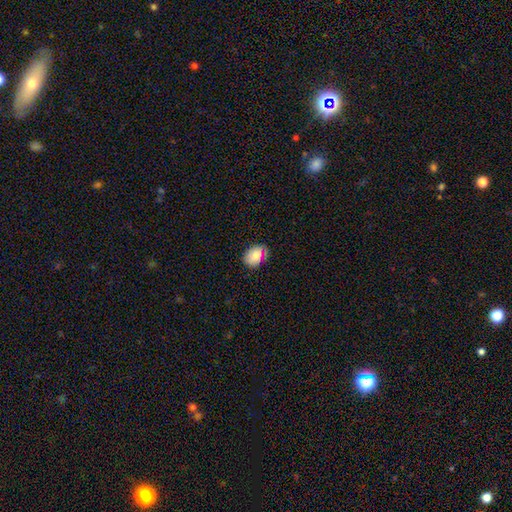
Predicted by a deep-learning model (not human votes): A smooth galaxy with no disk features (79%) that is in between round and cigar-shaped (69%). Merging: none (79%).